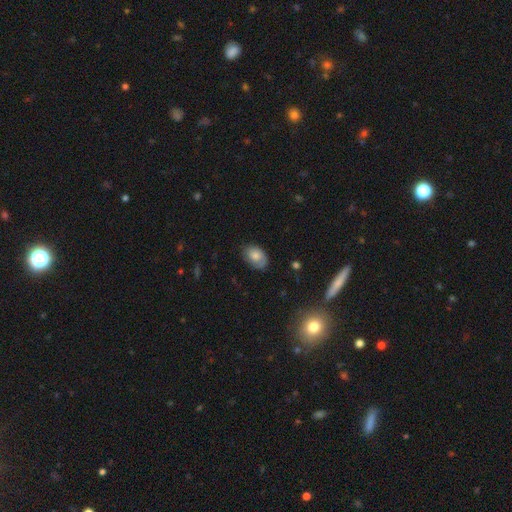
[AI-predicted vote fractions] The model was most divided on "merging": none: 69%, minor disturbance: 24%, major disturbance: 6%, merger: 1%. More confident: how rounded — in between (86%); smooth or featured — smooth (72%).